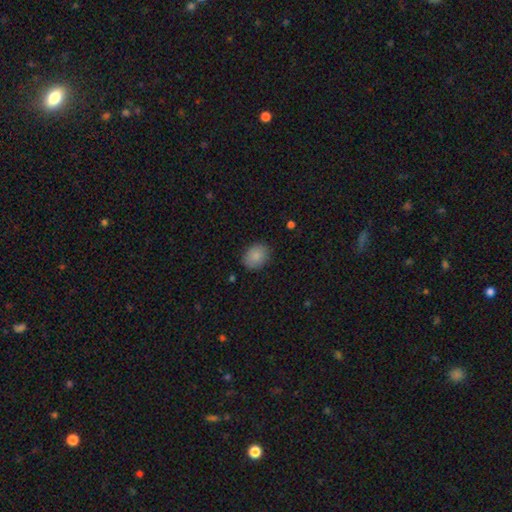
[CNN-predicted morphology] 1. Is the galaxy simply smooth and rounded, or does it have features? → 86% smooth, 8% star or artifact, 6% featured or disk.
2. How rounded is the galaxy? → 62% in between, 37% round, 1% cigar-shaped.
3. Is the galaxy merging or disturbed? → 84% none, 12% minor disturbance, 3% major disturbance, 1% merger.